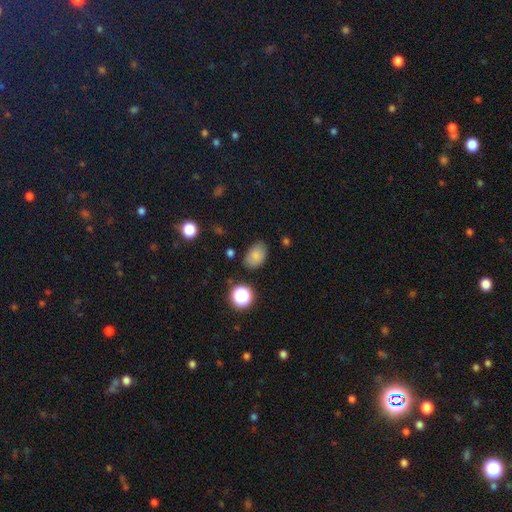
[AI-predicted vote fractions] This is clearly a smooth galaxy (81%). How rounded: clearly in between (81%). Merging: likely none (77%).